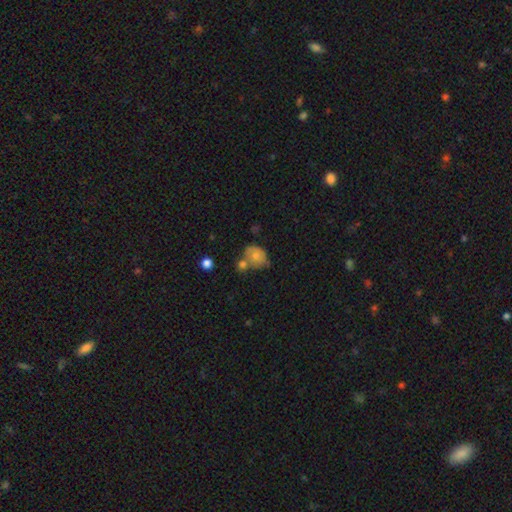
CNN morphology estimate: A smooth galaxy with no disk features (65%) that is round (61%). Merging: none (36%).